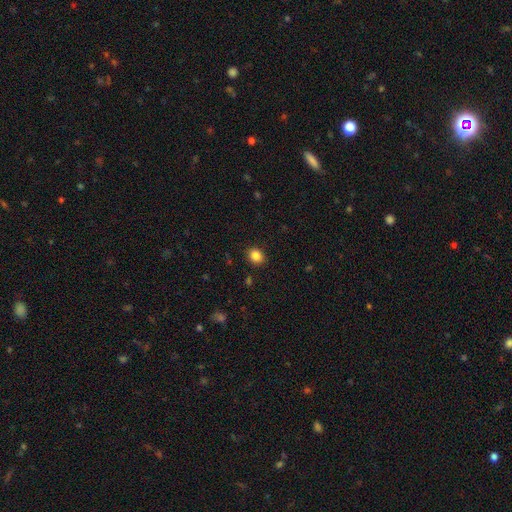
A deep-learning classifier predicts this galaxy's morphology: Q: Smooth or featured?
A: smooth (85%); runner-up: star or artifact (11%)
Q: How rounded?
A: round (62%); runner-up: in between (37%)
Q: Merging?
A: none (89%); runner-up: minor disturbance (7%)